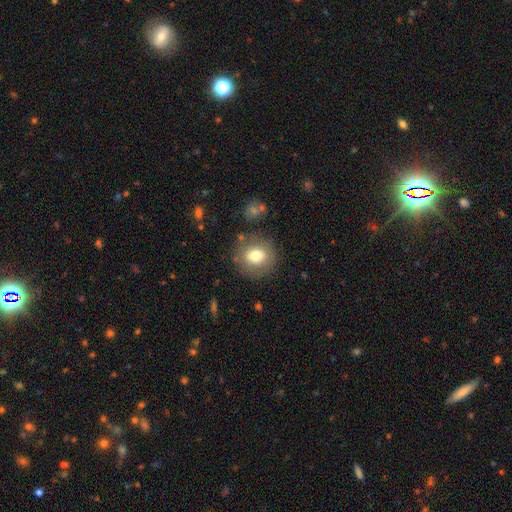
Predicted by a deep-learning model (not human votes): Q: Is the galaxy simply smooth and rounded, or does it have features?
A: smooth — 74%.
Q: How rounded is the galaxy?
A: round — 87%.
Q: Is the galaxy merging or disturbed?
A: none — 83%.